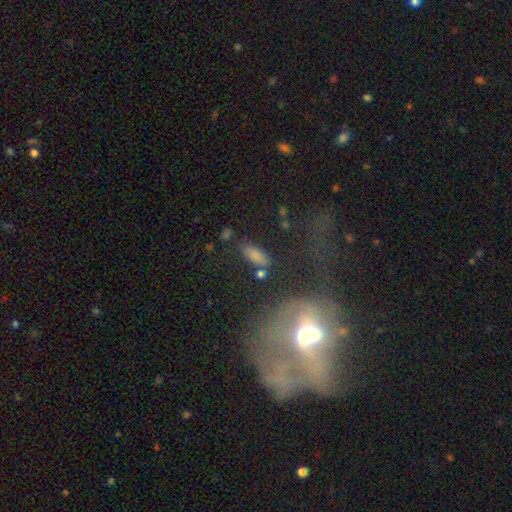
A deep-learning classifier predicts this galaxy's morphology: Q: Smooth or featured?
A: smooth (80%); runner-up: star or artifact (11%)
Q: How rounded?
A: in between (69%); runner-up: cigar-shaped (27%)
Q: Merging?
A: none (73%); runner-up: minor disturbance (14%)